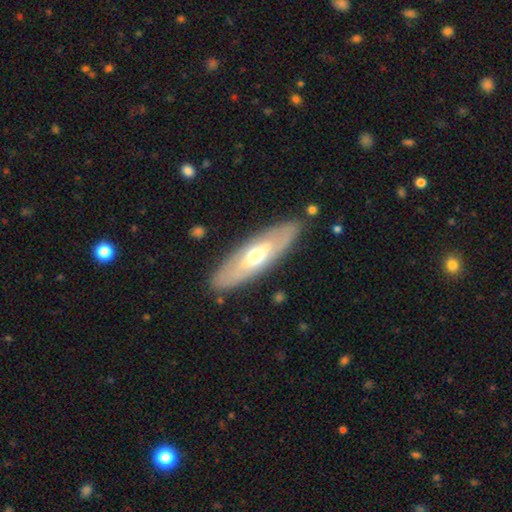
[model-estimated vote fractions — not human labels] Overall: featured or disk (59%; smooth 37%). Edge-on disk: no (65%; yes 35%). Merging: none (86%).